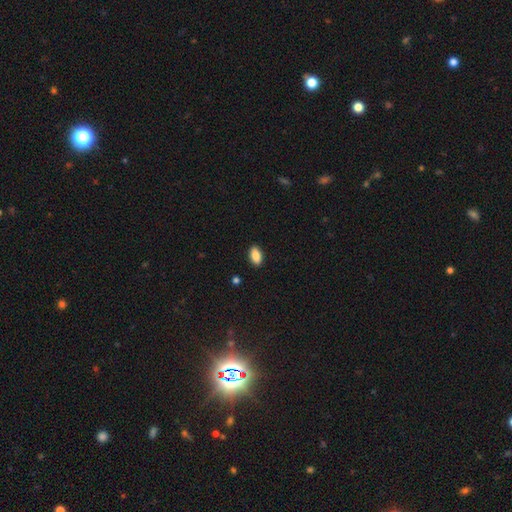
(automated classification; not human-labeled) Smooth or featured? Predicted: smooth (p=0.88). How rounded? Predicted: in between (p=0.91). Merging? Predicted: none (p=0.89).